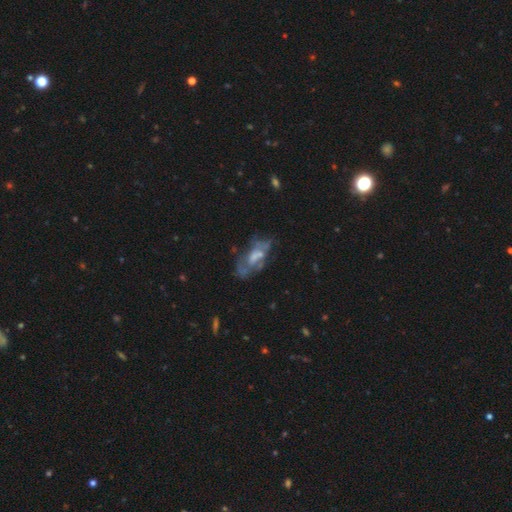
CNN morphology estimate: A featured or disk galaxy (60%) with no bar (65%), no spiral arms (65%) and a moderate central bulge (34%). Merging: none (41%).